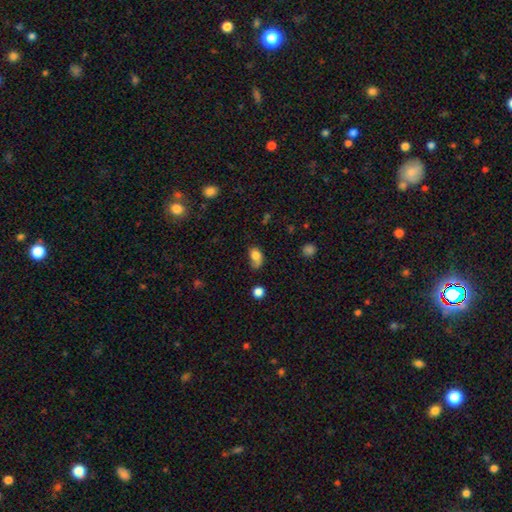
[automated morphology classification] A smooth galaxy with no disk features (78%) that is in between round and cigar-shaped (81%).

Vote fractions:
- Smooth or featured? smooth: 78% / featured or disk: 12% / star or artifact: 9%
- How rounded? in between: 81% / round: 17% / cigar-shaped: 2%
- Merging? none: 39% / minor disturbance: 37% / major disturbance: 19% / merger: 6%